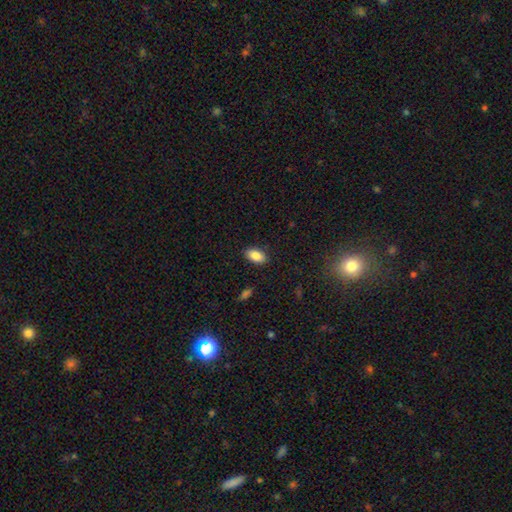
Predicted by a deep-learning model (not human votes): Q: Smooth or featured?
A: smooth (88%); runner-up: star or artifact (7%)
Q: How rounded?
A: in between (93%); runner-up: round (5%)
Q: Merging?
A: none (87%); runner-up: minor disturbance (9%)